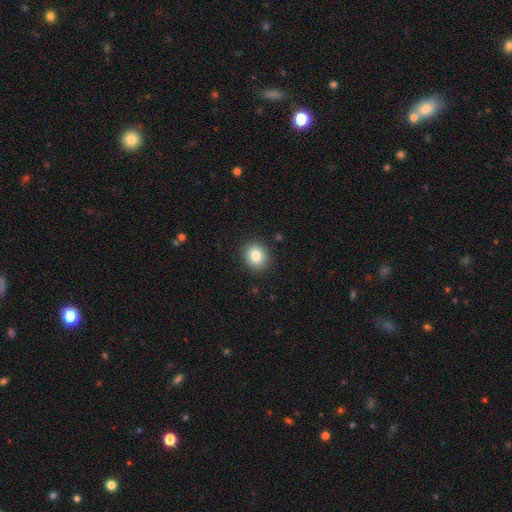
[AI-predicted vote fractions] Smooth or featured? smooth (84%)
How rounded? round (67%)
Merging? none (89%)